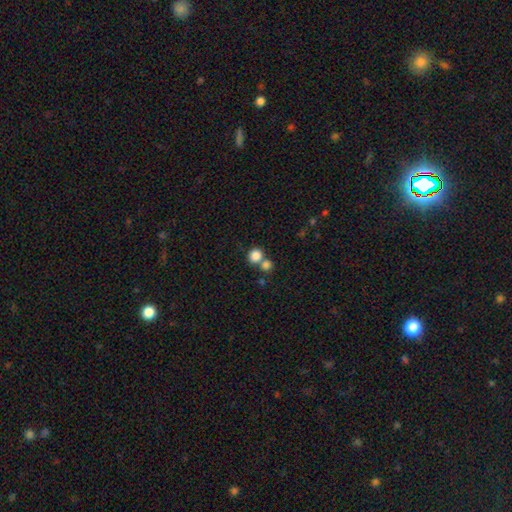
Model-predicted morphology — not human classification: This appears to be a smooth galaxy with no disk features (83%) that is round (80%). Merging: none (52%).